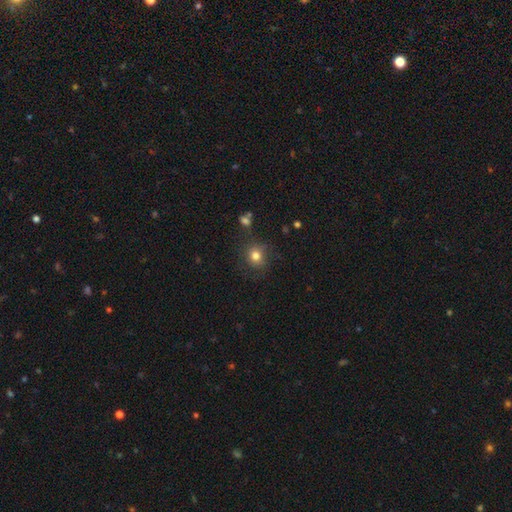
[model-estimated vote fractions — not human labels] This appears to be a smooth galaxy with no disk features (79%) that is round (84%). Merging: none (78%).